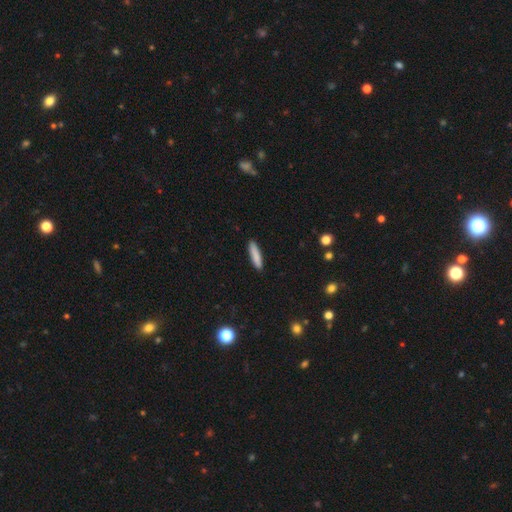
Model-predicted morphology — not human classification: type=smooth (85%); roundness=cigar-shaped (85%); merging=none (90%).